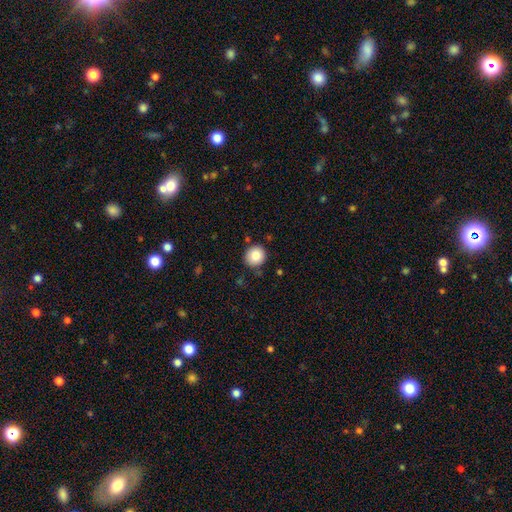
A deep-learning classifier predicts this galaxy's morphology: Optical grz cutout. It shows a smooth galaxy with no disk features (84%) that is round (89%). Merging: none (86%).